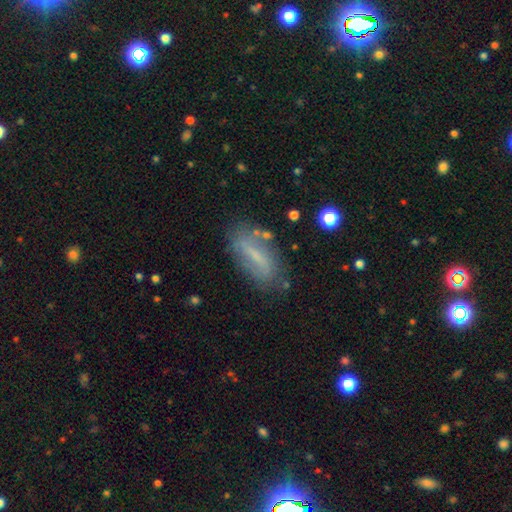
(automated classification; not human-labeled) Overall: featured or disk (46%; smooth 45%). Merging: none (71%).